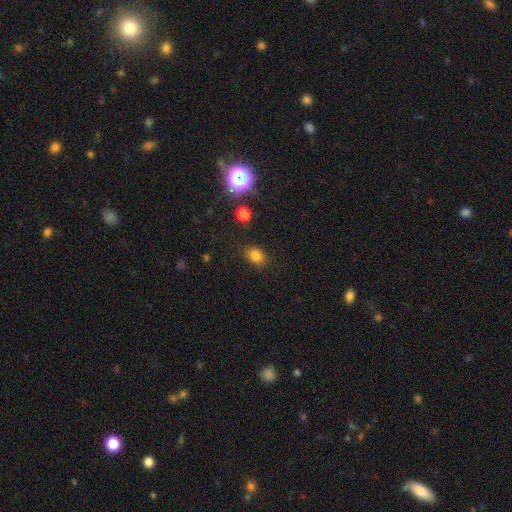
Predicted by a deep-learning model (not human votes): Smooth or featured: smooth — 80% (star or artifact — 15%)
How rounded: in between — 55% (round — 44%)
Merging: none — 84% (minor disturbance — 11%)